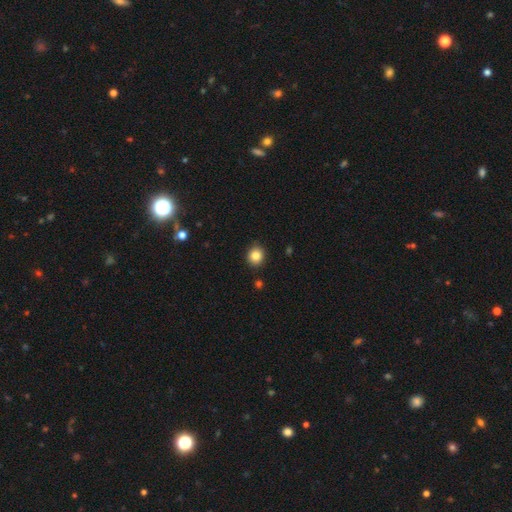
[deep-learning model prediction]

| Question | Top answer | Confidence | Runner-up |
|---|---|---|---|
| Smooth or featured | smooth | 84% | star or artifact (11%) |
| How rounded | round | 81% | in between (18%) |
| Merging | none | 88% | minor disturbance (8%) |